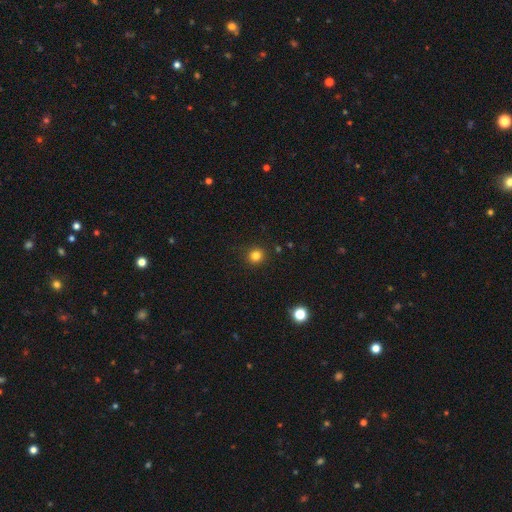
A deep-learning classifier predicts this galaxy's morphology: A smooth galaxy with no disk features (81%) that is round (92%).

Vote fractions:
- Smooth or featured? smooth: 81% / star or artifact: 14% / featured or disk: 5%
- How rounded? round: 92% / in between: 7% / cigar-shaped: 1%
- Merging? none: 90% / minor disturbance: 7% / major disturbance: 2% / merger: 1%